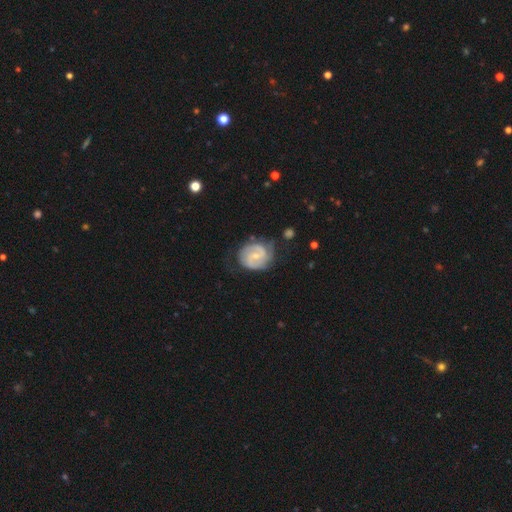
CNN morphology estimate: The model was most divided on "spiral winding" (2-way tie): tight: 43%, medium: 43%, loose: 14%. More confident: edge-on disk — no (98%); spiral arms — yes (93%); smooth or featured — featured or disk (79%); spiral arm count — 2 (76%); merging — none (65%); bulge size — small (60%); bar — weak (51%).